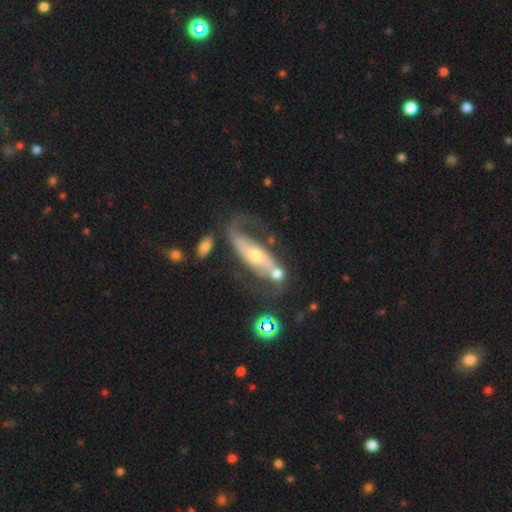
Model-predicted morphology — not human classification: Smooth or featured? Predicted: featured or disk (p=0.83). Edge-on disk? Predicted: no (p=0.88). Bar? Predicted: no (p=0.40). Spiral arms? Predicted: yes (p=0.93). Spiral winding? Predicted: loose (p=0.58). Spiral arm count? Predicted: 2 (p=0.85). Bulge size? Predicted: moderate (p=0.52). Merging? Predicted: none (p=0.51).